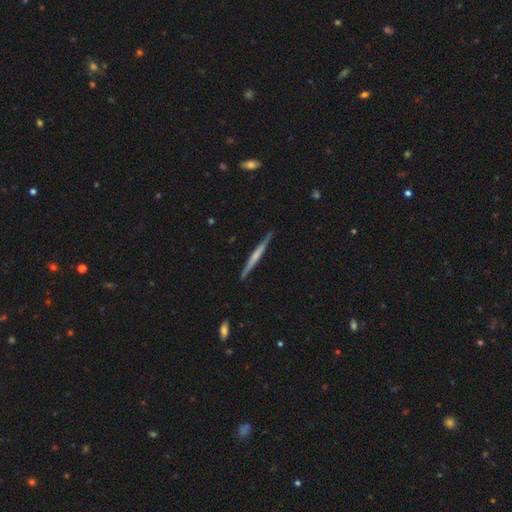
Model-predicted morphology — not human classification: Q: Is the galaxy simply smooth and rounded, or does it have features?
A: featured or disk — 57%.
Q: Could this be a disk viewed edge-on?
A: yes — 98%.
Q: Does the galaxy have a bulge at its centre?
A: none — 65%.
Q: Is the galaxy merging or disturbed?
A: none — 89%.